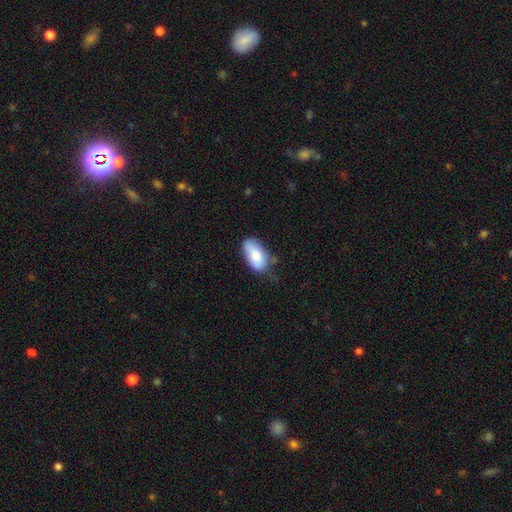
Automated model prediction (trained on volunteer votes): This appears to be a smooth galaxy with no disk features (75%) that is in between round and cigar-shaped (93%). Merging: none (49%).